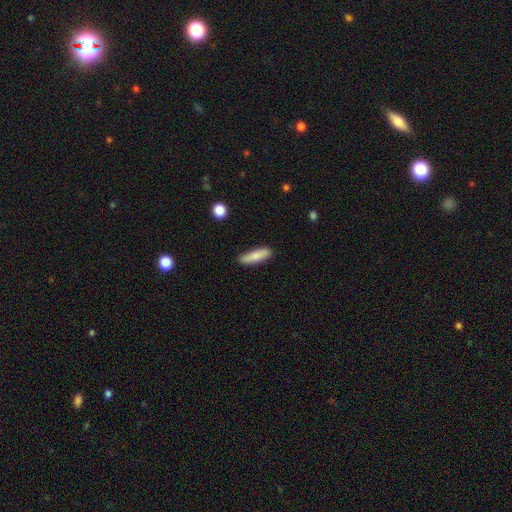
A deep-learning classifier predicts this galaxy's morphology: Overall: smooth (77%). How rounded: cigar-shaped (66%; in between 32%). Merging: none (85%).